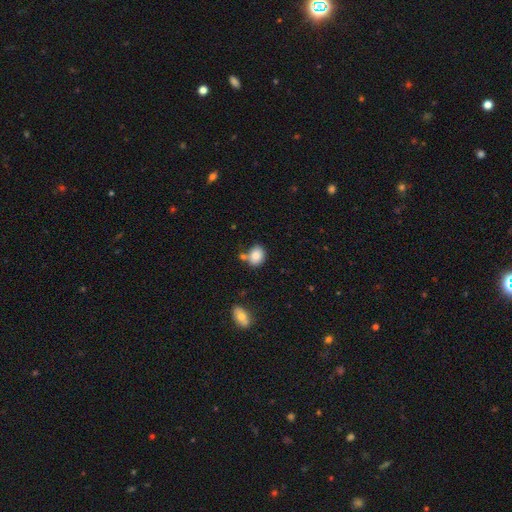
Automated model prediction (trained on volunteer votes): Morphology: type=smooth (84%); roundness=in between (56%); merging=none (66%).